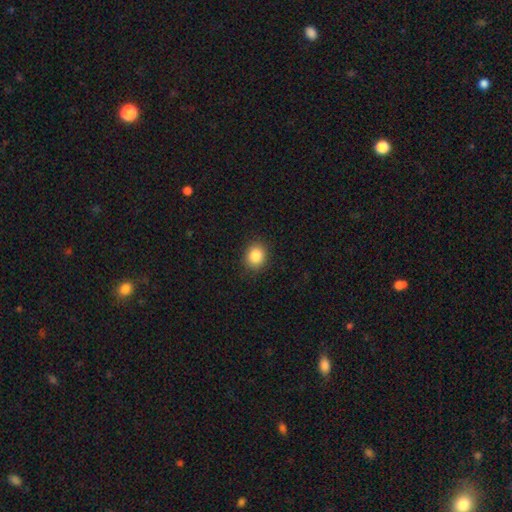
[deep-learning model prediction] smooth_or_featured: smooth (p=0.85) [alt: star or artifact p=0.10]
how_rounded: round (p=0.71) [alt: in between p=0.28]
merging: none (p=0.89) [alt: minor disturbance p=0.08]